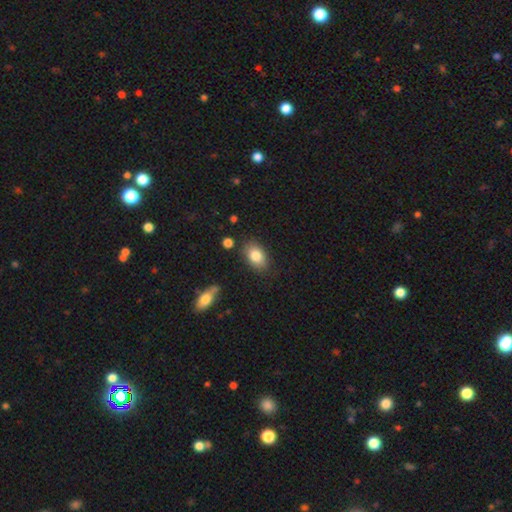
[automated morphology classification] smooth-or-featured: smooth: 83% | featured or disk: 10% | star or artifact: 8%
  how-rounded: in between: 86% | round: 12% | cigar-shaped: 2%
  merging: none: 82% | minor disturbance: 12% | merger: 3% | major disturbance: 3%